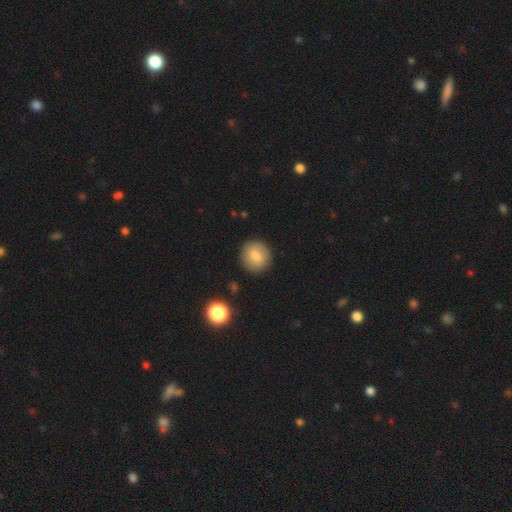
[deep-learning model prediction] Smooth or featured? Predicted: smooth (p=0.78). How rounded? Predicted: round (p=0.89). Merging? Predicted: none (p=0.89).